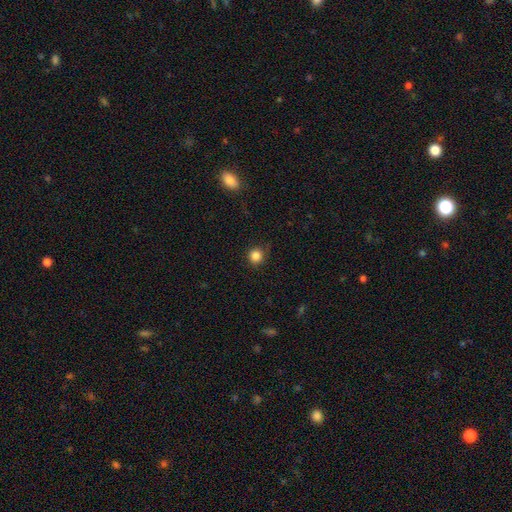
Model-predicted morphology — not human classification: Overall: smooth (84%). How rounded: round (92%). Merging: none (85%).